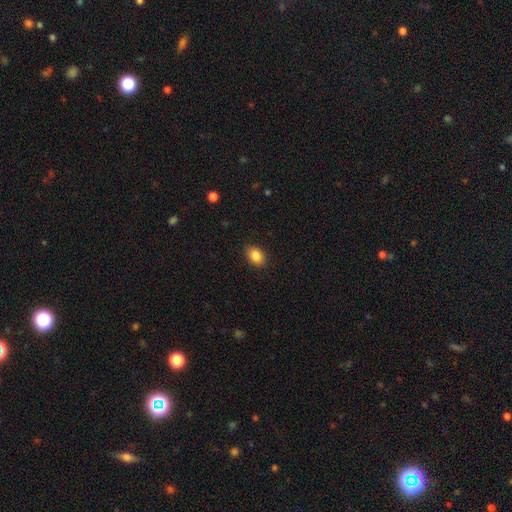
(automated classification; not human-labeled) This is clearly a smooth galaxy (86%). How rounded: likely in between (78%). Merging: clearly none (88%).